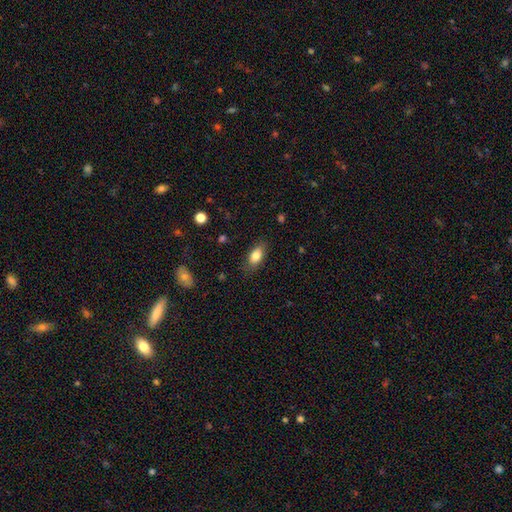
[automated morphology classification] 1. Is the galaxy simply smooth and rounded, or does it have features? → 80% smooth, 12% featured or disk, 8% star or artifact.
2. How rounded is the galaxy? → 87% in between, 7% cigar-shaped, 7% round.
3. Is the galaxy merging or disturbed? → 81% none, 15% minor disturbance, 4% major disturbance, 1% merger.